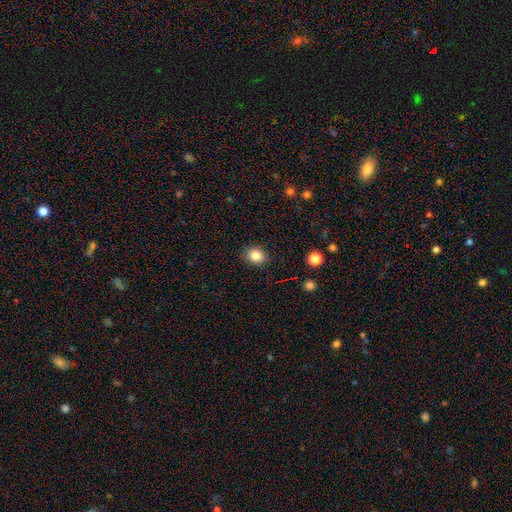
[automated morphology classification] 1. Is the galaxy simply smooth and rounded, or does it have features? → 84% smooth, 10% star or artifact, 6% featured or disk.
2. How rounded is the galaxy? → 57% round, 42% in between, 1% cigar-shaped.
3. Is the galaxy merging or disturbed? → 85% none, 11% minor disturbance, 3% major disturbance, 1% merger.